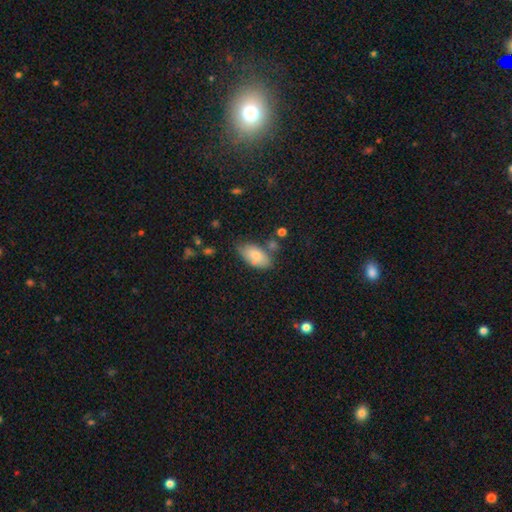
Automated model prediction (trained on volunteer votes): smooth-or-featured: smooth: 80% | featured or disk: 13% | star or artifact: 7%
  how-rounded: in between: 92% | cigar-shaped: 5% | round: 3%
  merging: none: 63% | minor disturbance: 23% | merger: 8% | major disturbance: 6%